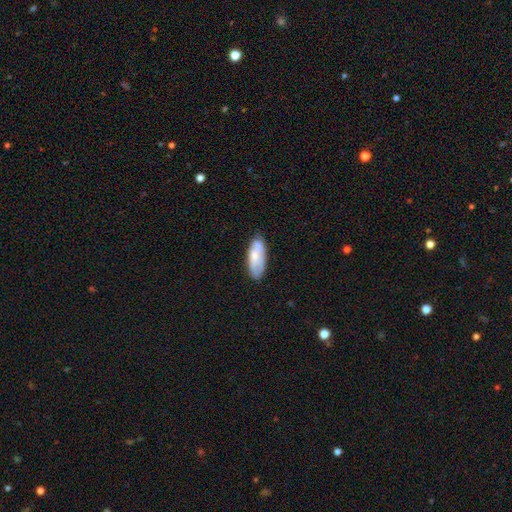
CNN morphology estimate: Q: Smooth or featured?
A: smooth (62%); runner-up: featured or disk (32%)
Q: How rounded?
A: in between (79%); runner-up: cigar-shaped (19%)
Q: Merging?
A: none (62%); runner-up: minor disturbance (26%)